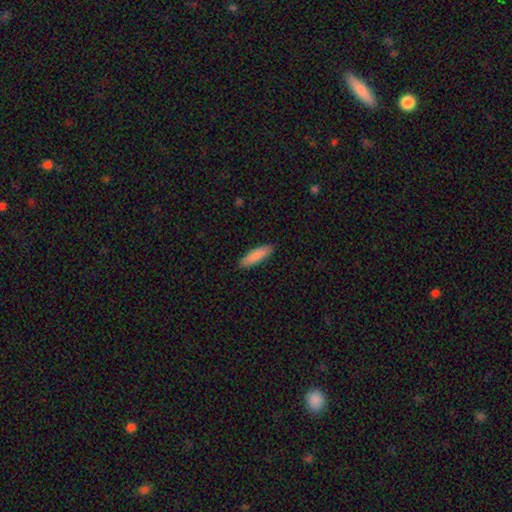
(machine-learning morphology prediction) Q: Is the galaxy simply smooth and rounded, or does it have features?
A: smooth — 88%.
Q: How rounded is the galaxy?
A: cigar-shaped — 62%.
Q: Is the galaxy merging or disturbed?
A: none — 90%.